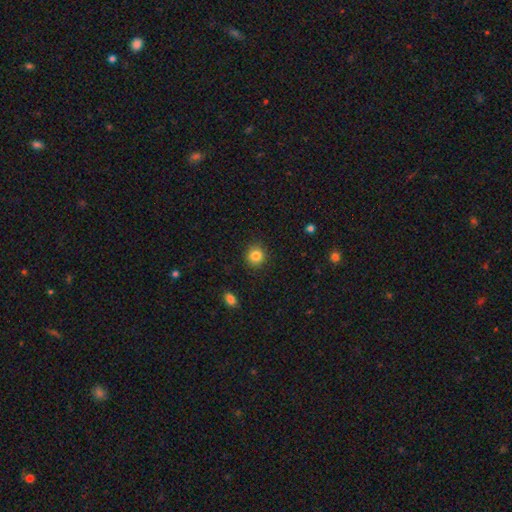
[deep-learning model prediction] Morphology: type=smooth (84%); roundness=round (89%); merging=none (90%).